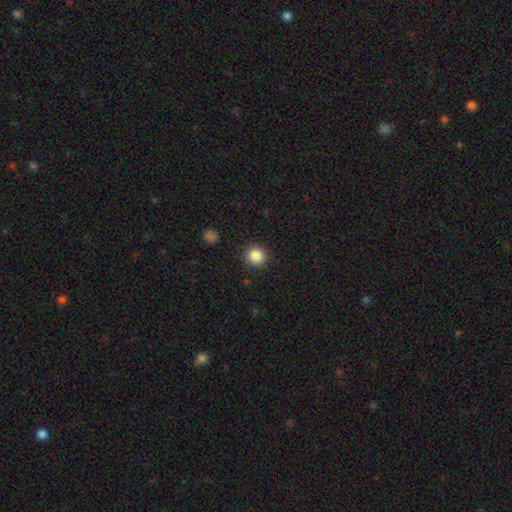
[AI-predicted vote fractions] A smooth galaxy with no disk features (86%) that is round (90%). Merging: none (91%).